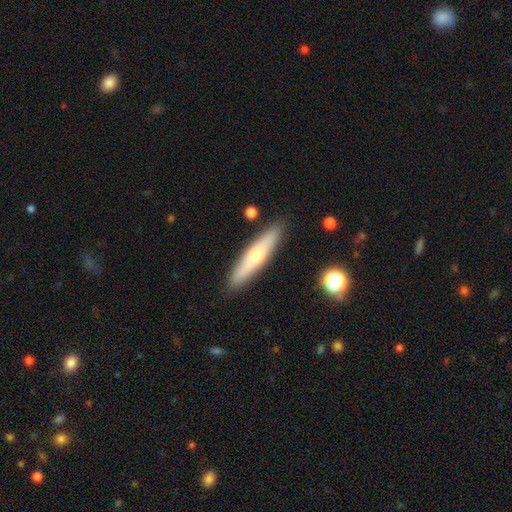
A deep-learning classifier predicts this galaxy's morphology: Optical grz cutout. It shows a smooth galaxy with no disk features (56%) that is cigar-shaped (84%). Merging: none (89%).